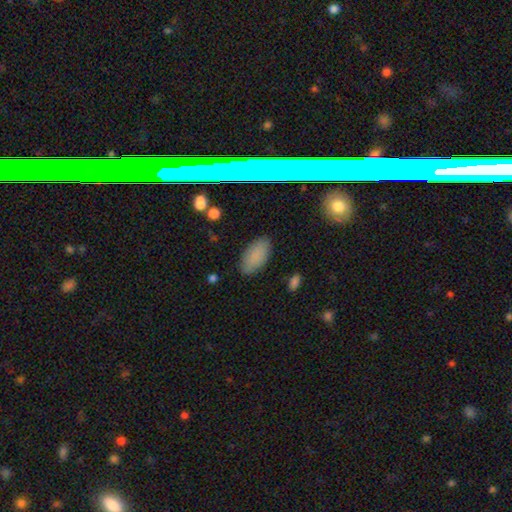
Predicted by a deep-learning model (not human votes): The model was most divided on "merging": none: 84%, minor disturbance: 12%, major disturbance: 3%, merger: 1%. More confident: how rounded — in between (92%); smooth or featured — smooth (83%).